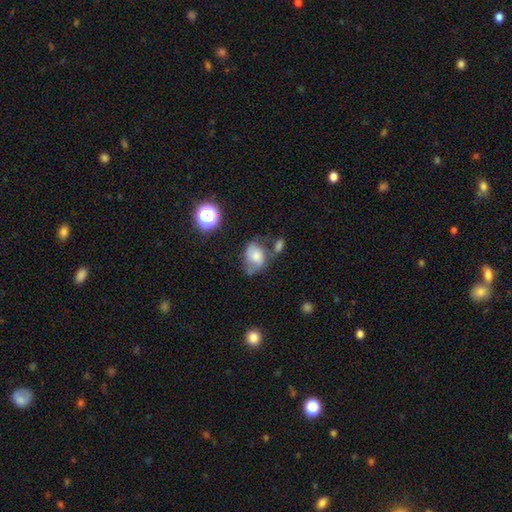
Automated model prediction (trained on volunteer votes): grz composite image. It shows a smooth galaxy with no disk features (55%) that is in between round and cigar-shaped (66%). Merging: none (37%).